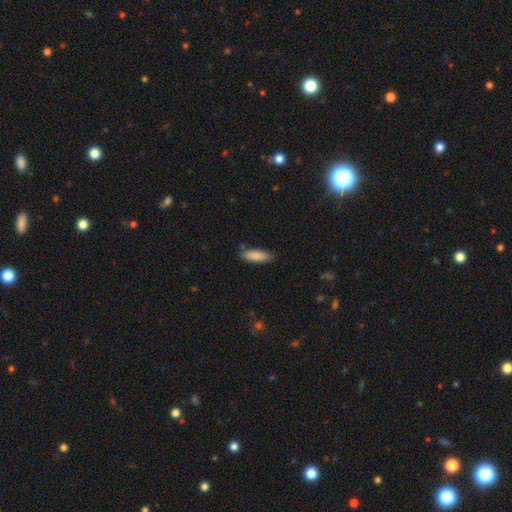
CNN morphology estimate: A smooth galaxy with no disk features (87%) that is in between round and cigar-shaped (61%).

Vote fractions:
- Smooth or featured? smooth: 87% / featured or disk: 7% / star or artifact: 6%
- How rounded? in between: 61% / cigar-shaped: 37% / round: 2%
- Merging? none: 78% / minor disturbance: 17% / major disturbance: 3% / merger: 3%